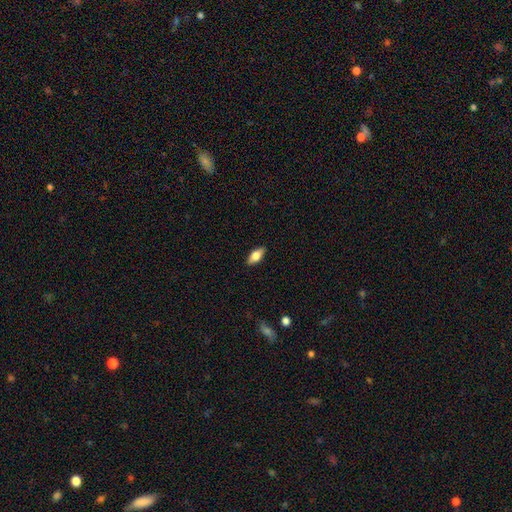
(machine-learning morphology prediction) type=smooth (72%); roundness=in between (85%); merging=none (88%).